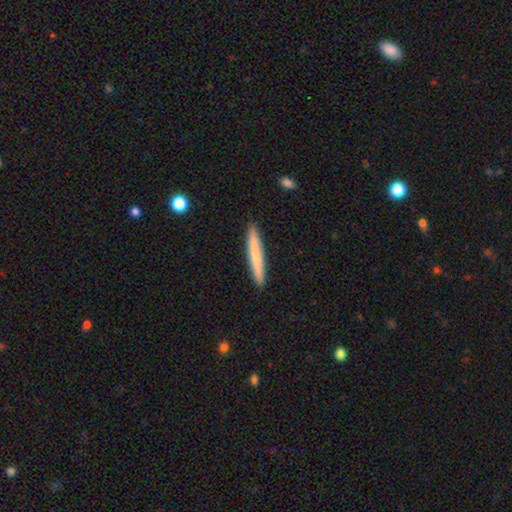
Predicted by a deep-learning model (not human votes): smooth-or-featured: smooth: 71% | featured or disk: 23% | star or artifact: 6%
  how-rounded: cigar-shaped: 96% | in between: 3% | round: 1%
  merging: none: 91% | minor disturbance: 6% | major disturbance: 1% | merger: 1%